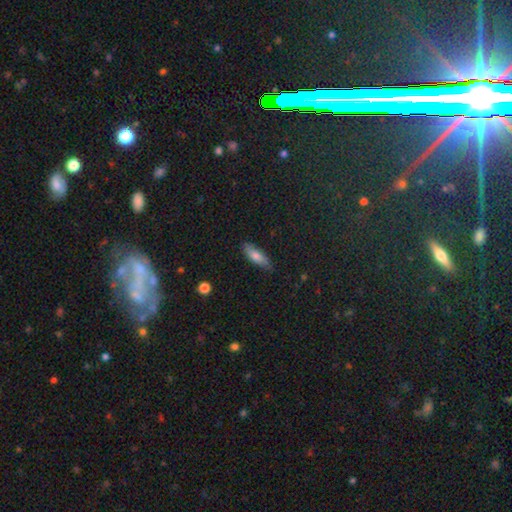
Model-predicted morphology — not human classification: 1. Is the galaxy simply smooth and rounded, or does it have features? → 73% smooth, 20% featured or disk, 7% star or artifact.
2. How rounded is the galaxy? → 54% in between, 44% cigar-shaped, 2% round.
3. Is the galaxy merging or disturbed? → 81% none, 15% minor disturbance, 2% major disturbance, 1% merger.